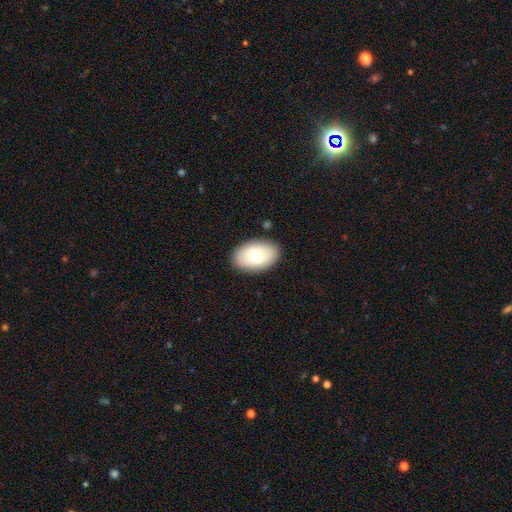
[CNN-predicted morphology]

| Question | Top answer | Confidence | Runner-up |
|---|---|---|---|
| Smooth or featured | smooth | 75% | featured or disk (18%) |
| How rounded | in between | 92% | round (7%) |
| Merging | none | 87% | minor disturbance (9%) |